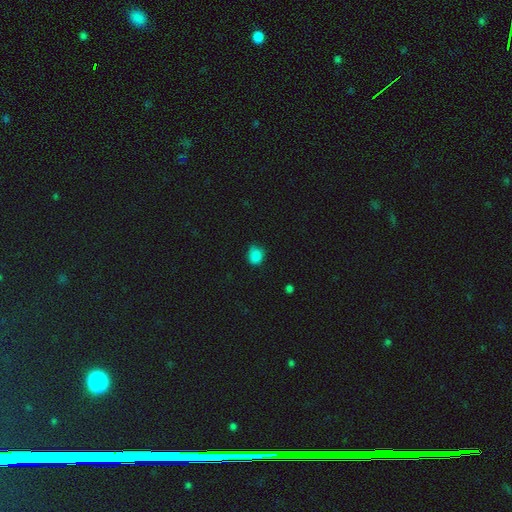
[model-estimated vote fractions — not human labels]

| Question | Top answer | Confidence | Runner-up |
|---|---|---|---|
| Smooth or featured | smooth | 85% | star or artifact (11%) |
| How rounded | round | 63% | in between (36%) |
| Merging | none | 67% | minor disturbance (27%) |